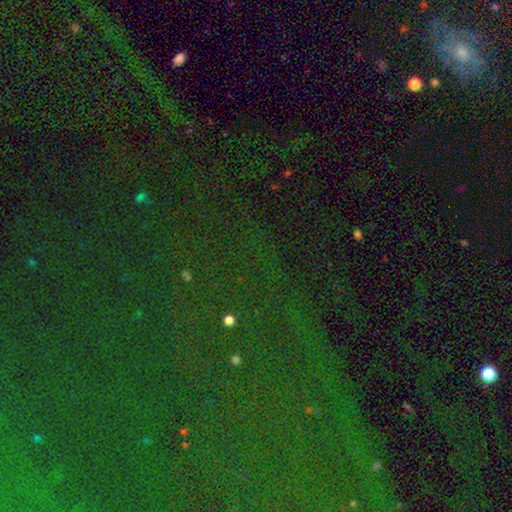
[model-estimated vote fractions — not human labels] Smooth or featured: star or artifact — 83% (smooth — 9%)